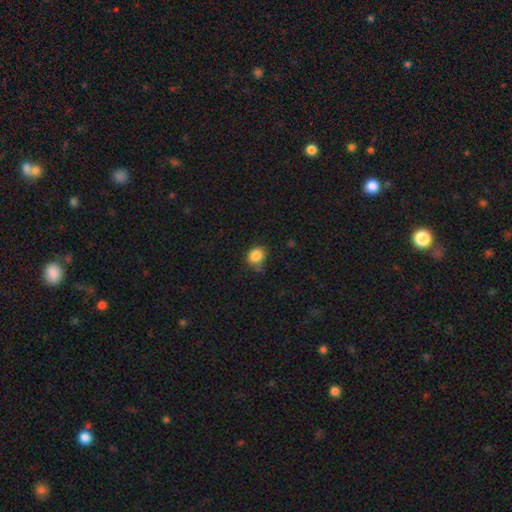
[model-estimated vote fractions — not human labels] Smooth or featured? Predicted: smooth (p=0.86). How rounded? Predicted: round (p=0.63). Merging? Predicted: none (p=0.68).